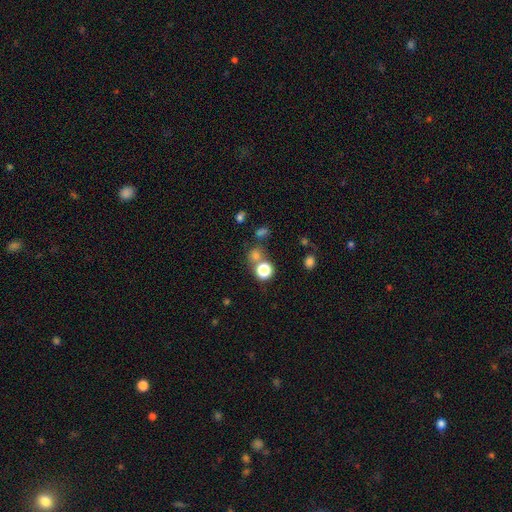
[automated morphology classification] Smooth or featured? Predicted: smooth (p=0.68). How rounded? Predicted: round (p=0.84). Merging? Predicted: none (p=0.63).